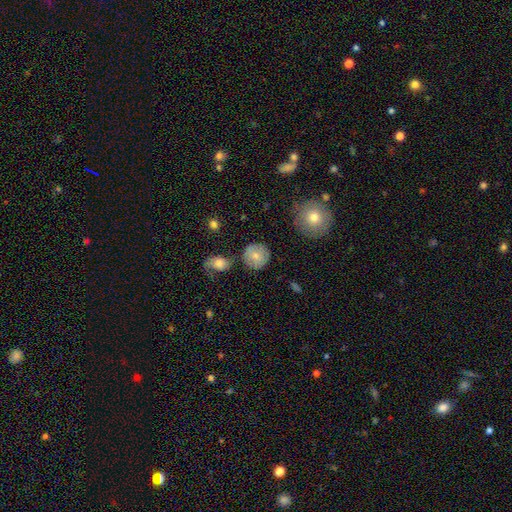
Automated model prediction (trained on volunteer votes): Smooth or featured: smooth — 71% (featured or disk — 21%)
How rounded: round — 91% (in between — 8%)
Merging: none — 73% (minor disturbance — 15%)